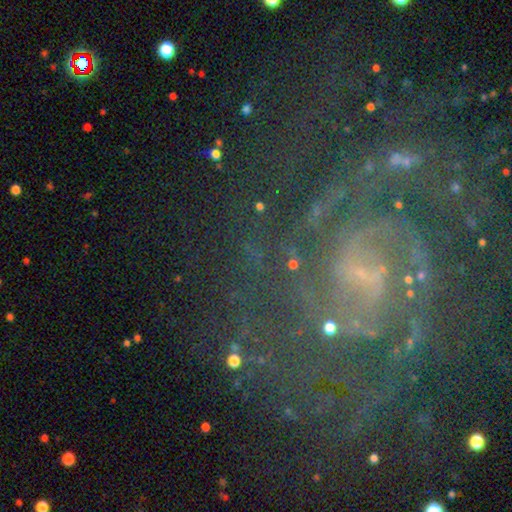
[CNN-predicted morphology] type=featured or disk (83%); edge-on=no (98%); bar=weak (47%); spiral arms=yes (96%); winding=tight (56%); arm count=2 (33%); bulge=small (59%); merging=none (69%).